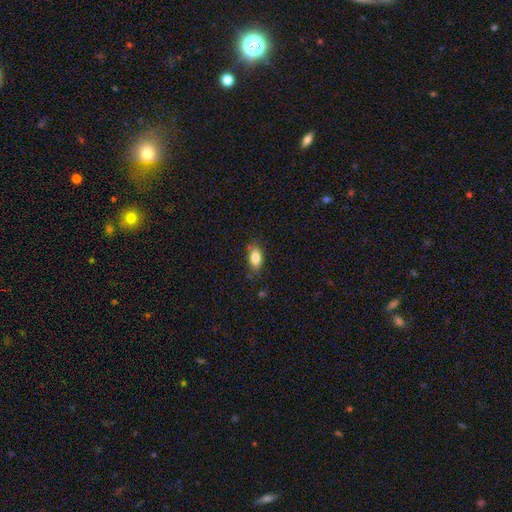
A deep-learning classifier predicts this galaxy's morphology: This appears to be a smooth galaxy with no disk features (84%) that is in between round and cigar-shaped (88%). Merging: none (76%).